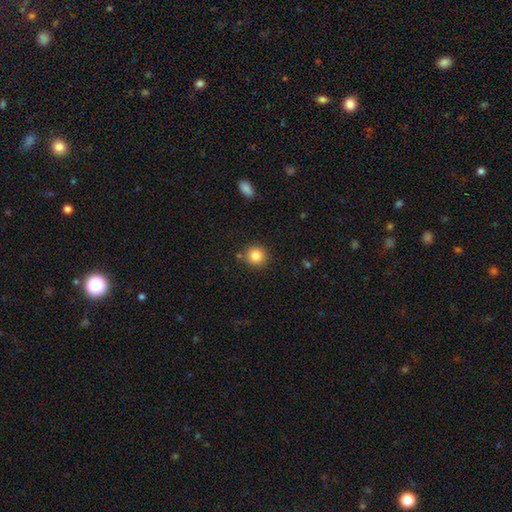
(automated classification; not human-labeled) The model was most divided on "smooth or featured": smooth: 84%, star or artifact: 10%, featured or disk: 6%. More confident: how rounded — round (92%); merging — none (85%).